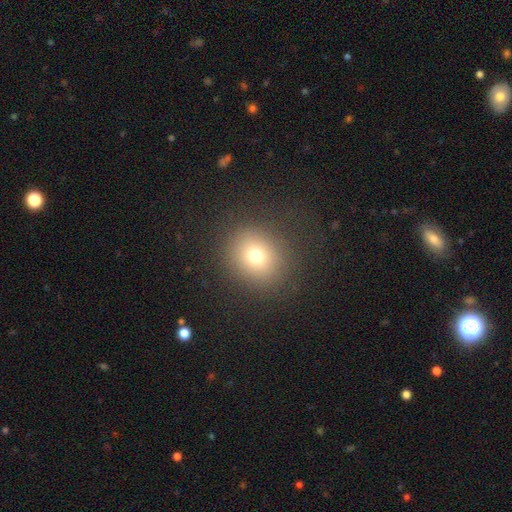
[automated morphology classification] A smooth galaxy with no disk features (73%) that is round (80%). Merging: none (86%).